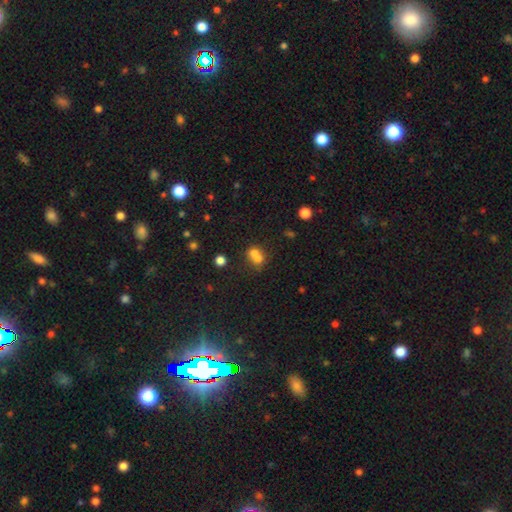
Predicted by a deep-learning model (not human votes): This is likely a smooth galaxy (68%). How rounded: possibly round (60%). Merging: likely merger (62%).